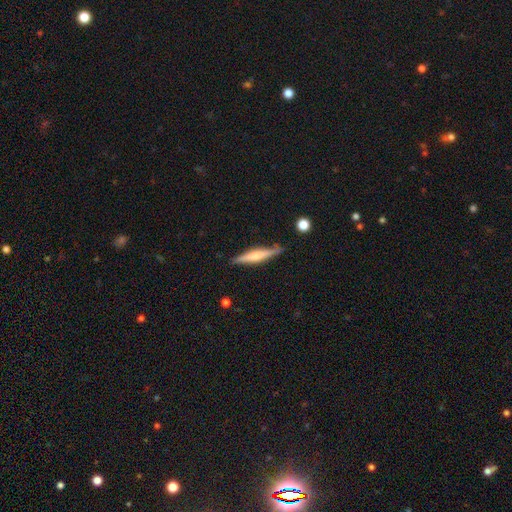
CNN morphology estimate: A featured or disk galaxy (50%). Merging: none (82%).